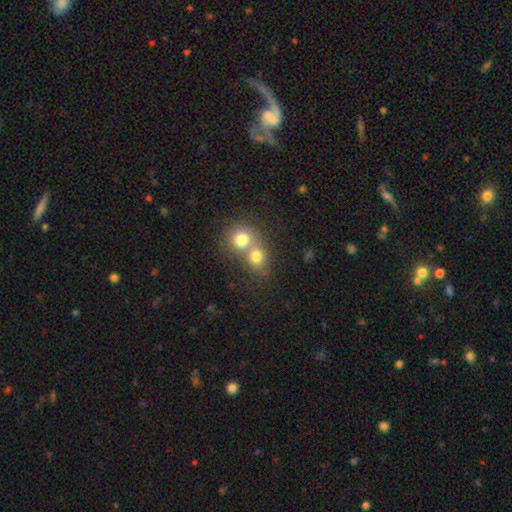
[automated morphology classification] smooth-or-featured: smooth: 74% | featured or disk: 14% | star or artifact: 11%
  how-rounded: round: 75% | in between: 24% | cigar-shaped: 1%
  merging: merger: 65% | none: 28% | minor disturbance: 5% | major disturbance: 3%